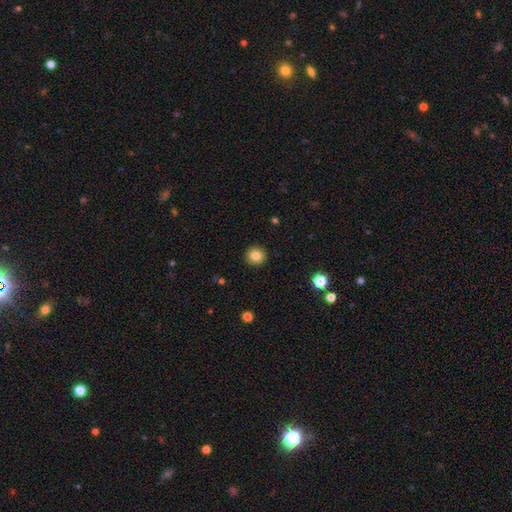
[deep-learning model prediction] smooth_or_featured: smooth (p=0.84) [alt: star or artifact p=0.10]
how_rounded: round (p=0.91) [alt: in between p=0.08]
merging: none (p=0.92) [alt: minor disturbance p=0.05]